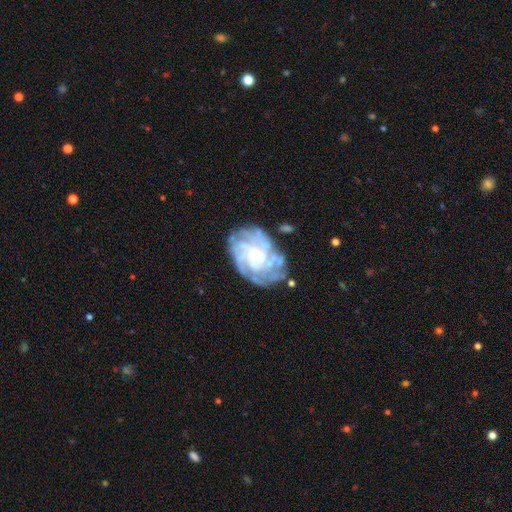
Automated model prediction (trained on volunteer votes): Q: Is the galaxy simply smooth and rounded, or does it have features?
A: featured or disk — 83%.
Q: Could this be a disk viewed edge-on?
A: no — 97%.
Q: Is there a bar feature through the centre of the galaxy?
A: no — 73%.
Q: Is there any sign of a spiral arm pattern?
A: yes — 91%.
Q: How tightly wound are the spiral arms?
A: tight — 63%.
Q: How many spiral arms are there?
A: can't tell — 37%.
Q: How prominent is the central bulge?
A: small — 62%.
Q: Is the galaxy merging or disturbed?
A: none — 68%.